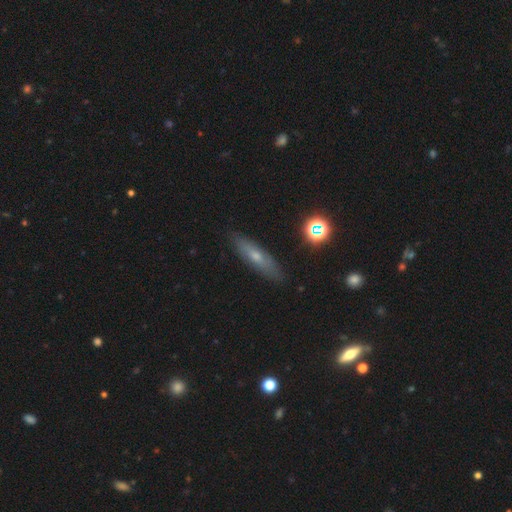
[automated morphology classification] smooth 48%, featured or disk 41%, star or artifact 11%. Down the decision tree: merging — none (86%).